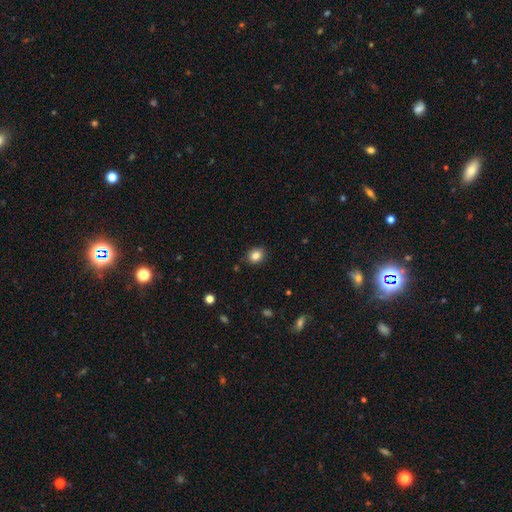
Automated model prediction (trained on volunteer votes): Smooth or featured? smooth (84%)
How rounded? round (56%)
Merging? none (87%)